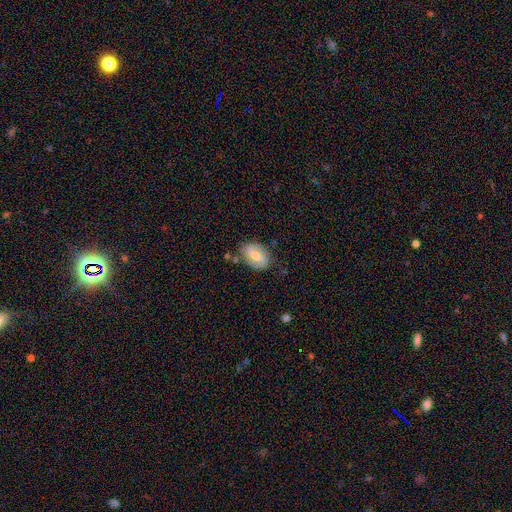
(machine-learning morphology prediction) Overall: featured or disk (53%; smooth 40%). Edge-on disk: no (94%). Merging: none (75%).